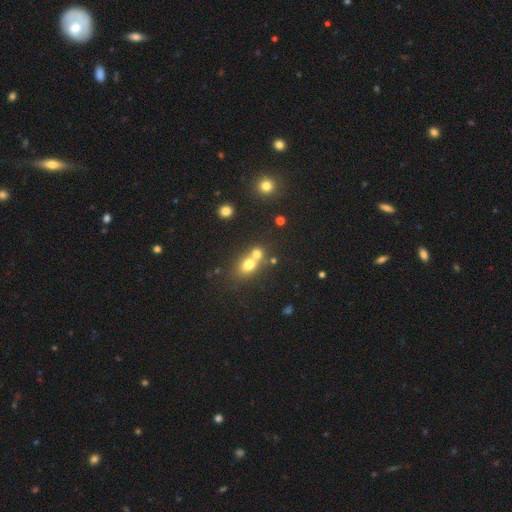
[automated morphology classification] Overall: smooth (66%). How rounded: round (55%; in between 43%). Merging: merger (49%; none 40%).